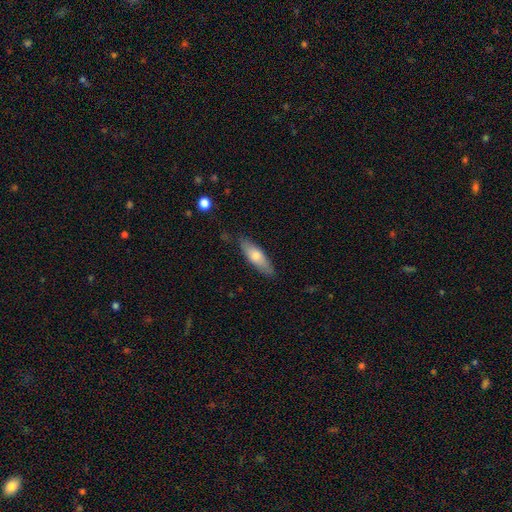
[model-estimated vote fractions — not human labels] A smooth galaxy with no disk features (69%) that is cigar-shaped (51%).

Vote fractions:
- Smooth or featured? smooth: 69% / featured or disk: 25% / star or artifact: 6%
- How rounded? cigar-shaped: 51% / in between: 47% / round: 2%
- Merging? none: 82% / minor disturbance: 14% / major disturbance: 3% / merger: 2%